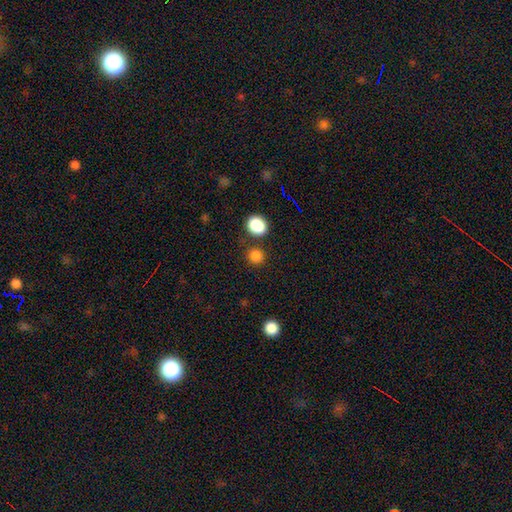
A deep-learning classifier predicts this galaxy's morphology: Smooth or featured? smooth (83%)
How rounded? round (86%)
Merging? none (79%)